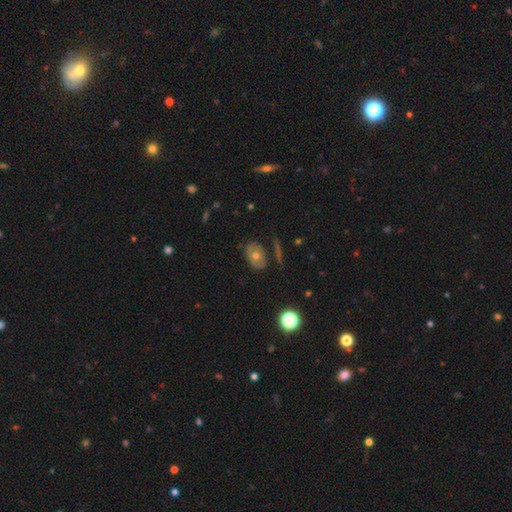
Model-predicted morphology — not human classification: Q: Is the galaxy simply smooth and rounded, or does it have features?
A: smooth — 45%.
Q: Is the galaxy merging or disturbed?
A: none — 75%.